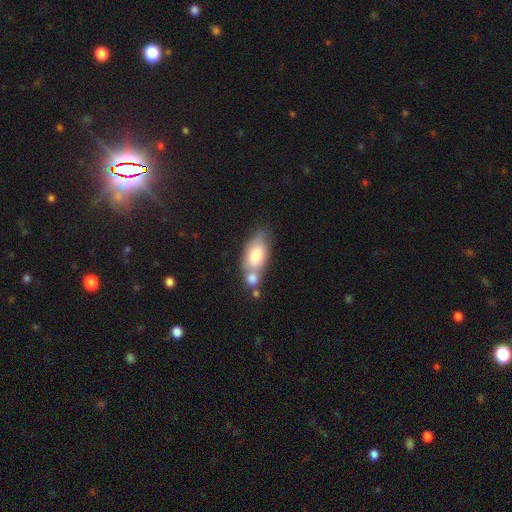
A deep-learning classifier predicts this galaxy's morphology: type=smooth (76%); roundness=in between (87%); merging=merger (49%).